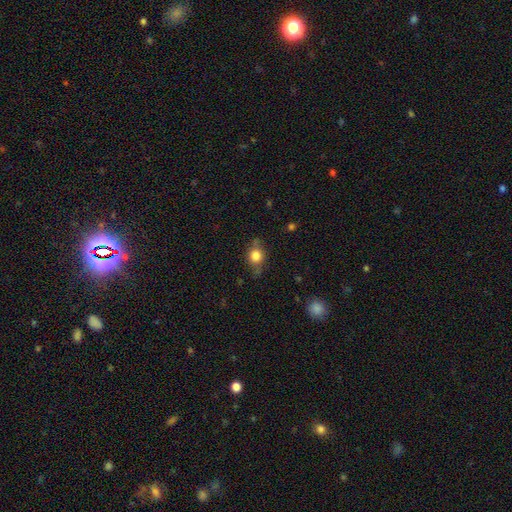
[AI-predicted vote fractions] Smooth or featured? Predicted: smooth (p=0.77). How rounded? Predicted: round (p=0.60). Merging? Predicted: none (p=0.68).